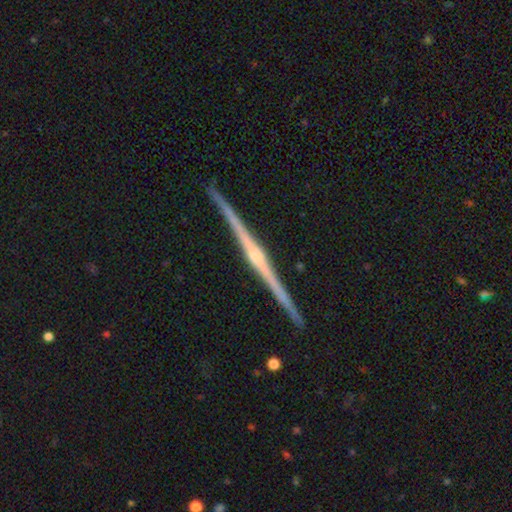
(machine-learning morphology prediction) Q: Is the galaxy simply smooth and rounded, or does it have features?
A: featured or disk — 89%.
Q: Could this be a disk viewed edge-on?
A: yes — 99%.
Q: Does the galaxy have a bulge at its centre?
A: rounded — 81%.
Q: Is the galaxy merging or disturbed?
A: none — 93%.